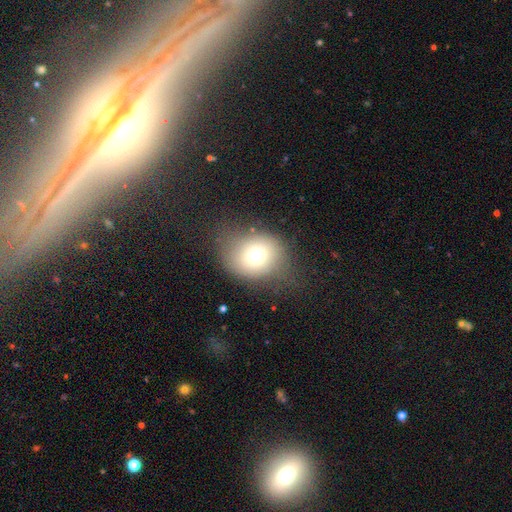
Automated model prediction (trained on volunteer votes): A smooth galaxy with no disk features (70%) that is round (61%). Merging: none (58%).